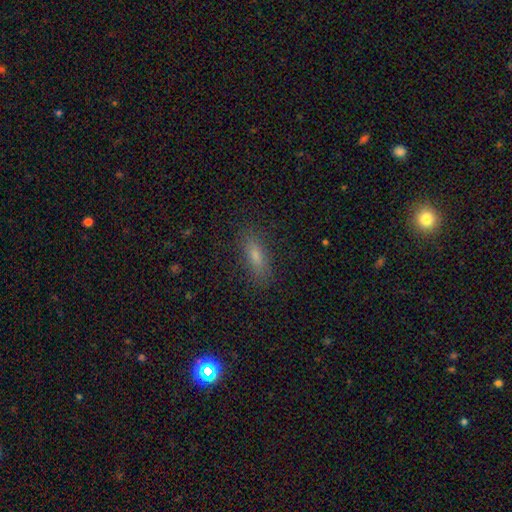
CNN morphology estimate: This is likely a smooth galaxy (73%). How rounded: possibly in between (51%). Merging: clearly none (84%).